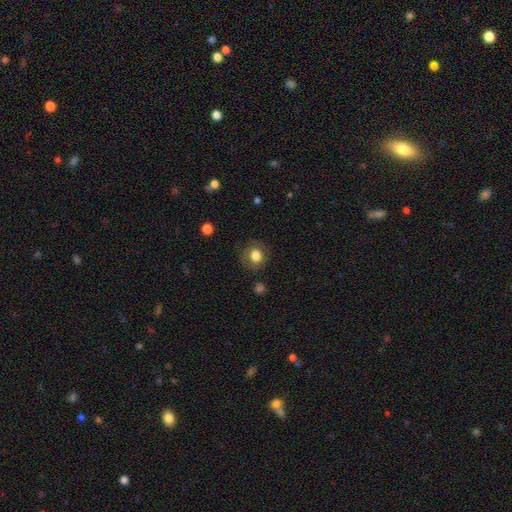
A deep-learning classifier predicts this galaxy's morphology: smooth 81%, featured or disk 10%, star or artifact 10%. Down the decision tree: how rounded — round (75%); merging — none (82%).